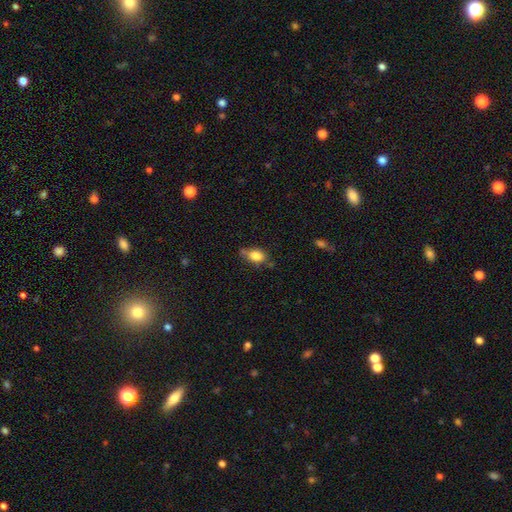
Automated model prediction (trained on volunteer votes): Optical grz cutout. It shows a smooth galaxy with no disk features (82%) that is in between round and cigar-shaped (77%). Merging: none (60%).